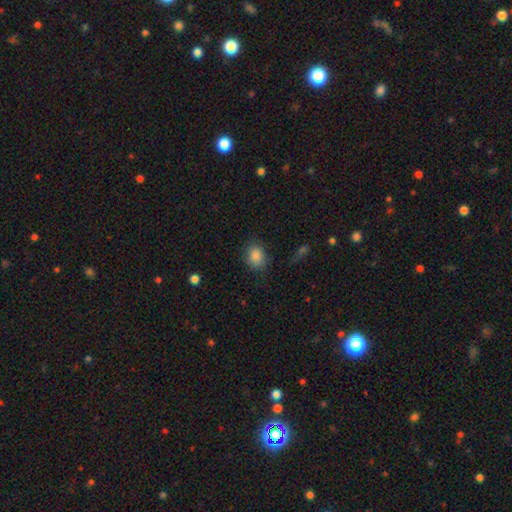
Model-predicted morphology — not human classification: Q: Smooth or featured?
A: smooth (85%); runner-up: star or artifact (10%)
Q: How rounded?
A: round (54%); runner-up: in between (45%)
Q: Merging?
A: none (80%); runner-up: minor disturbance (14%)